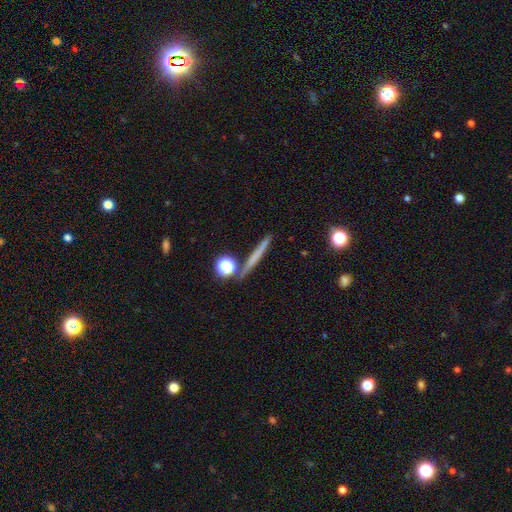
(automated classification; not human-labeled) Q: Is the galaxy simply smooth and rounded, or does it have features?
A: smooth — 52%.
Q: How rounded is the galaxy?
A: cigar-shaped — 88%.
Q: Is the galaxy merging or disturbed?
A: none — 83%.